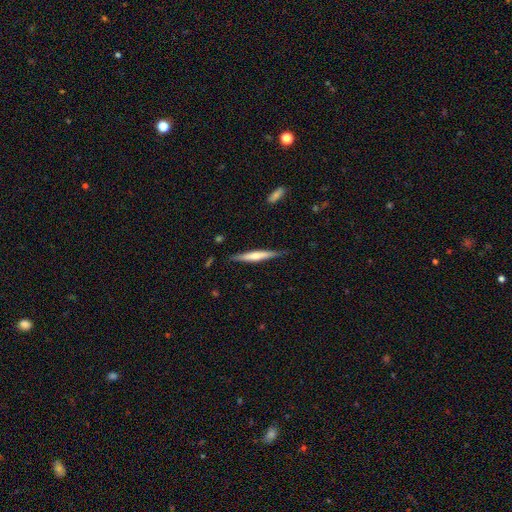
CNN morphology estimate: The model was most divided on "smooth or featured": featured or disk: 48%, smooth: 47%, star or artifact: 5%. More confident: merging — none (83%).